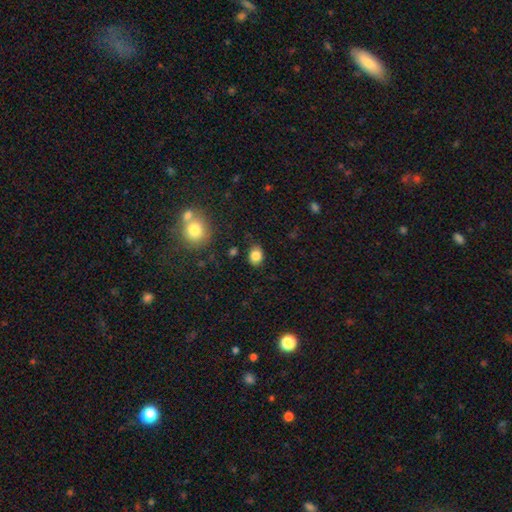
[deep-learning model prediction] Morphology: type=smooth (84%); roundness=in between (55%); merging=none (79%).